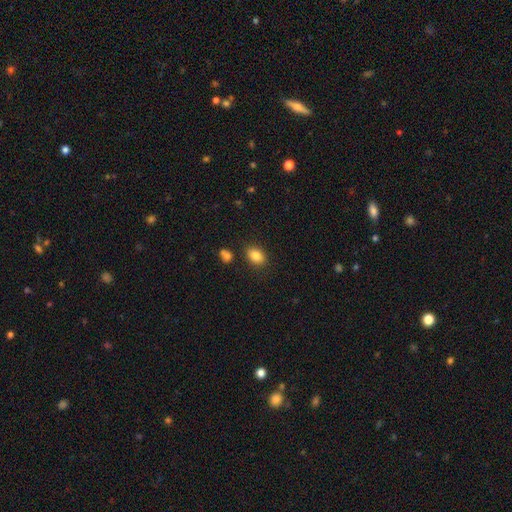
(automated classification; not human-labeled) Smooth or featured? smooth (85%)
How rounded? in between (77%)
Merging? none (83%)